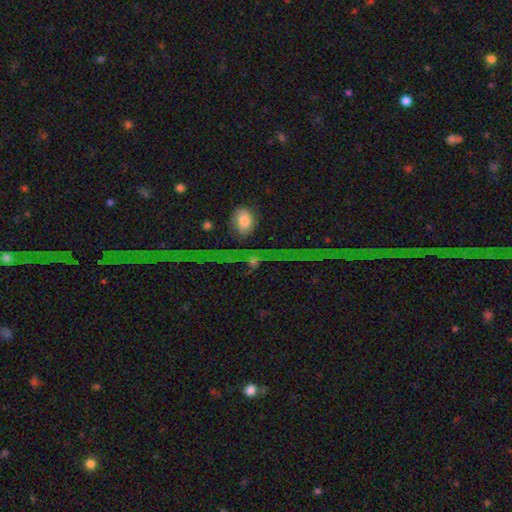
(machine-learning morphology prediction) A star or artifact, not a galaxy (71%).

Vote fractions:
- Smooth or featured? star or artifact: 71% / featured or disk: 16% / smooth: 13%